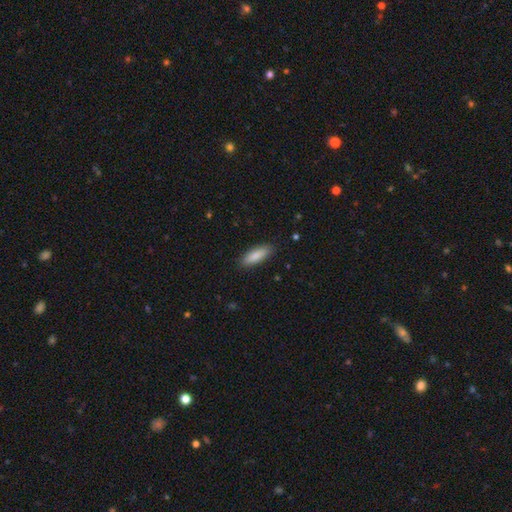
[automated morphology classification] This is clearly a smooth galaxy (85%). How rounded: possibly in between (60%). Merging: clearly none (88%).